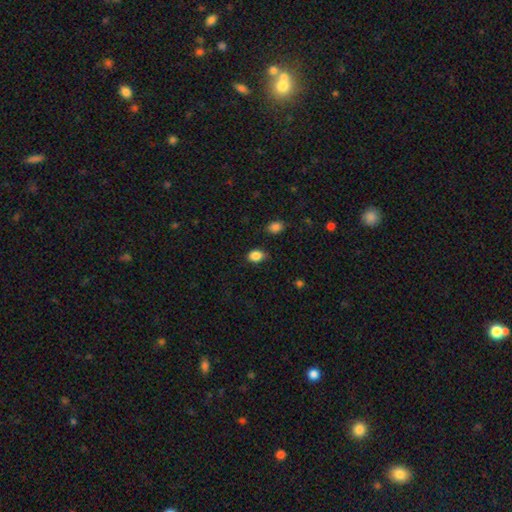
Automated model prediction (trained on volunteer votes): smooth 86%, star or artifact 10%, featured or disk 4%. Down the decision tree: how rounded — in between (67%); merging — none (78%).